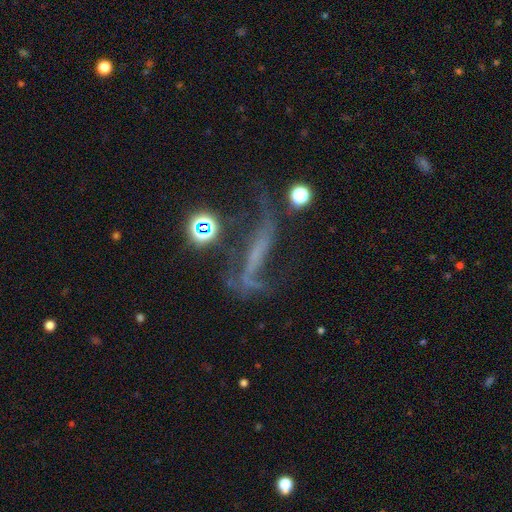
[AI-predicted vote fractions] Overall: featured or disk (60%; star or artifact 21%). Edge-on disk: no (69%; yes 31%). Merging: none (38%; major disturbance 32%).